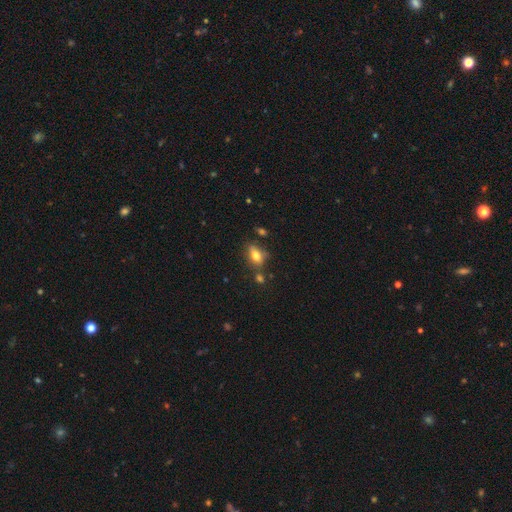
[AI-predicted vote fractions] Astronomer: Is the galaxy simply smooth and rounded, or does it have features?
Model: smooth — 73%.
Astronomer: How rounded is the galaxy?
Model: in between — 81%.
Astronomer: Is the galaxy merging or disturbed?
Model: none — 64%.